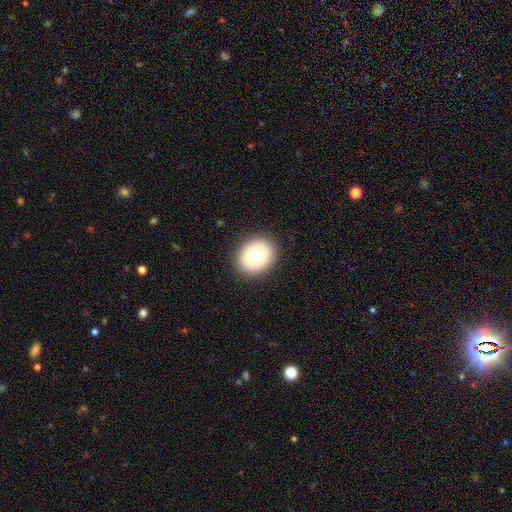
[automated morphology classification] smooth_or_featured: smooth (p=0.66) [alt: featured or disk p=0.26]
how_rounded: round (p=0.69) [alt: in between p=0.31]
merging: none (p=0.88) [alt: minor disturbance p=0.08]